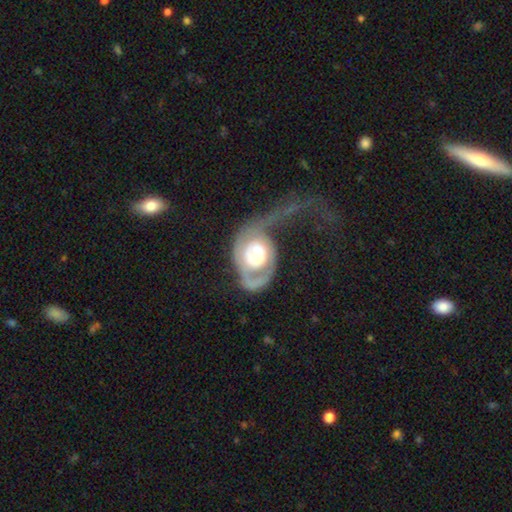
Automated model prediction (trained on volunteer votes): A featured or disk galaxy (72%) with no bar (81%), spiral arms (69%) and a moderate central bulge (41%).

Vote fractions:
- Smooth or featured? featured or disk: 72% / smooth: 23% / star or artifact: 5%
- Edge-on disk? no: 96% / yes: 4%
- Bar? no: 81% / weak: 15% / strong: 4%
- Spiral arms? yes: 69% / no: 31%
- Bulge size? moderate: 41% / large: 32% / small: 17% / dominant: 7% / none: 3%
- Merging? major disturbance: 64% / none: 16% / minor disturbance: 14% / merger: 7%